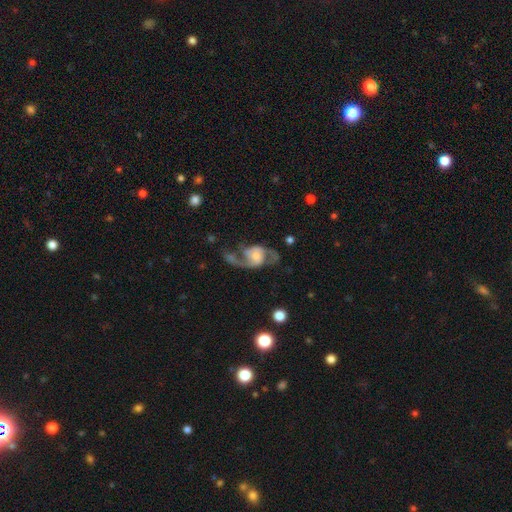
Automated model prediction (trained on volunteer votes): This is clearly a featured or disk galaxy (84%). It is clearly not viewed edge-on (97%). Bar: possibly no (57%). Spiral arm pattern: clearly yes (94%). Spiral arm count: clearly 2 (86%). Spiral winding: possibly loose (55%). Central bulge: marginally moderate (45%). Merging: possibly none (53%).